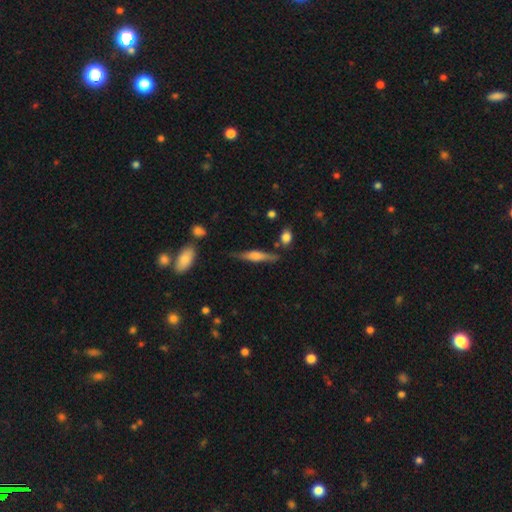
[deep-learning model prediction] Smooth or featured?
  - featured or disk: 54% *
  - smooth: 39%
  - star or artifact: 7%
Edge-on disk?
  - yes: 94% *
  - no: 6%
Edge-on bulge?
  - rounded: 64% *
  - boxy: 26%
  - none: 10%
Merging?
  - none: 77% *
  - minor disturbance: 15%
  - merger: 4%
  - major disturbance: 4%